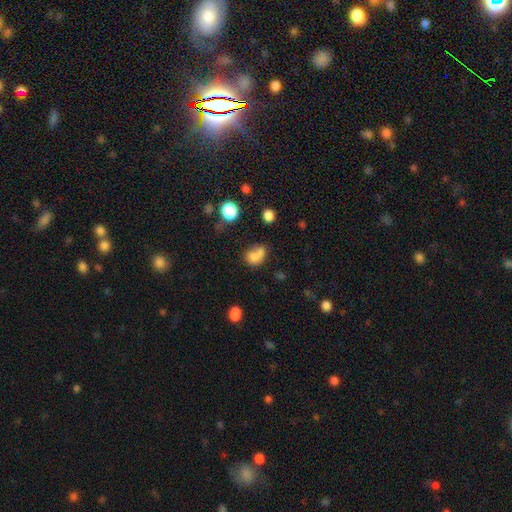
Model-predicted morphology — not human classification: Smooth or featured? Predicted: smooth (p=0.75). How rounded? Predicted: in between (p=0.50). Merging? Predicted: merger (p=0.40).